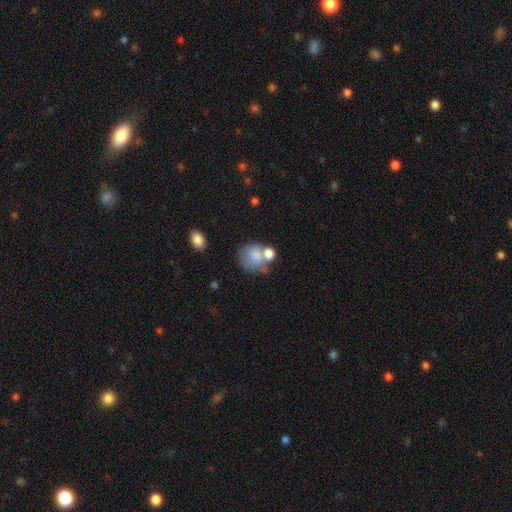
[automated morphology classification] Smooth or featured?
  - smooth: 74% *
  - featured or disk: 16%
  - star or artifact: 9%
How rounded?
  - round: 70% *
  - in between: 29%
  - cigar-shaped: 1%
Merging?
  - none: 39% *
  - merger: 30%
  - minor disturbance: 18%
  - major disturbance: 13%